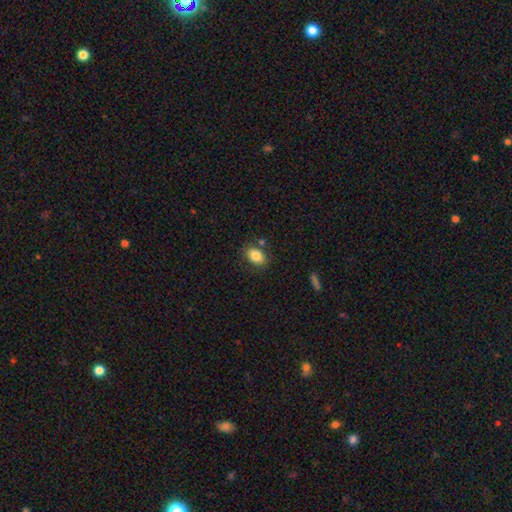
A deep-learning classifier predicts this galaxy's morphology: A smooth galaxy with no disk features (83%) that is in between round and cigar-shaped (81%). Merging: none (79%).